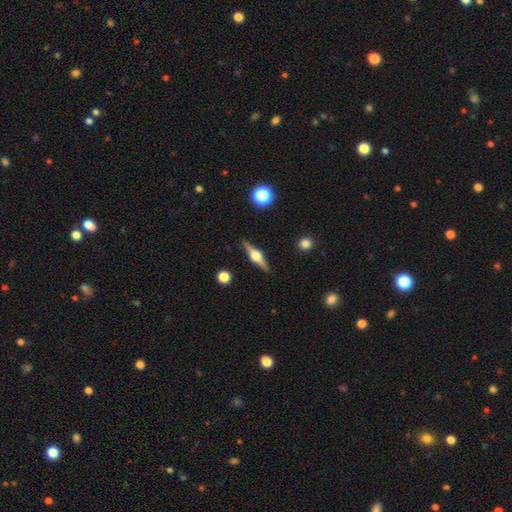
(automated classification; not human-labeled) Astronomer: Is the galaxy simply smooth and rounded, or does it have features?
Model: featured or disk — 78%.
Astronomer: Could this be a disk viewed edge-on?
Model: yes — 98%.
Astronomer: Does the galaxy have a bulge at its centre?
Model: rounded — 94%.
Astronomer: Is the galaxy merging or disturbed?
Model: none — 90%.